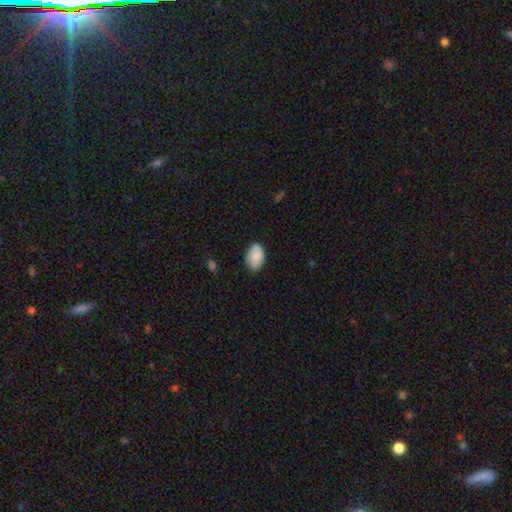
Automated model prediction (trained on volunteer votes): Smooth or featured? Predicted: smooth (p=0.87). How rounded? Predicted: in between (p=0.90). Merging? Predicted: none (p=0.78).